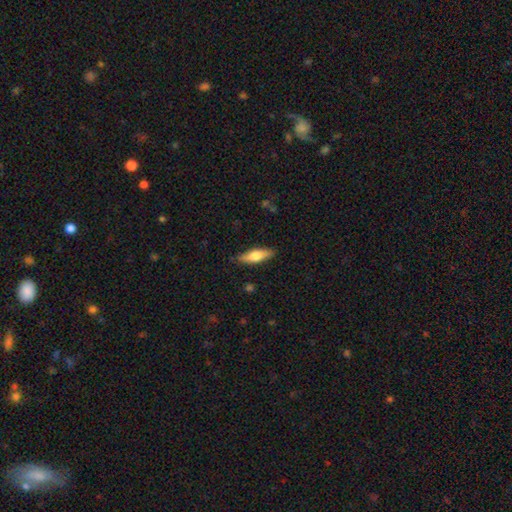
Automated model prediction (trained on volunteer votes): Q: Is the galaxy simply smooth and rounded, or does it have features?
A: smooth — 63%.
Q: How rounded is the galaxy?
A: cigar-shaped — 54%.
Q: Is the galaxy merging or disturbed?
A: none — 86%.